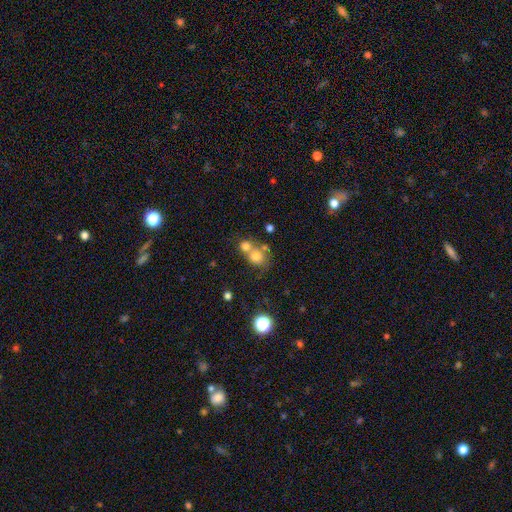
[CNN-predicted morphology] Smooth or featured? smooth (72%)
How rounded? round (79%)
Merging? merger (53%)